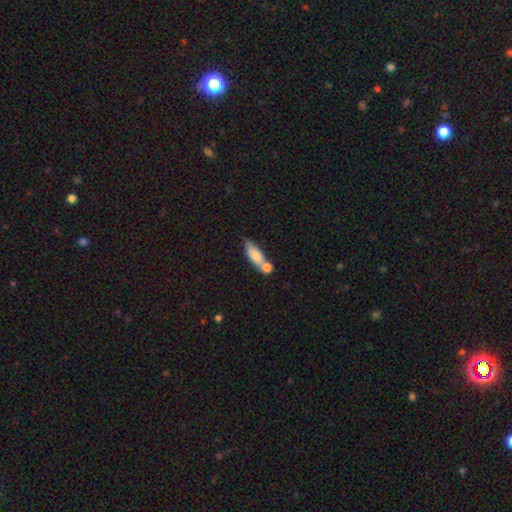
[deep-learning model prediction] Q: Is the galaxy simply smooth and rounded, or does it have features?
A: smooth — 73%.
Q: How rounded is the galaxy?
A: in between — 57%.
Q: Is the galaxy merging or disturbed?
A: merger — 42%.